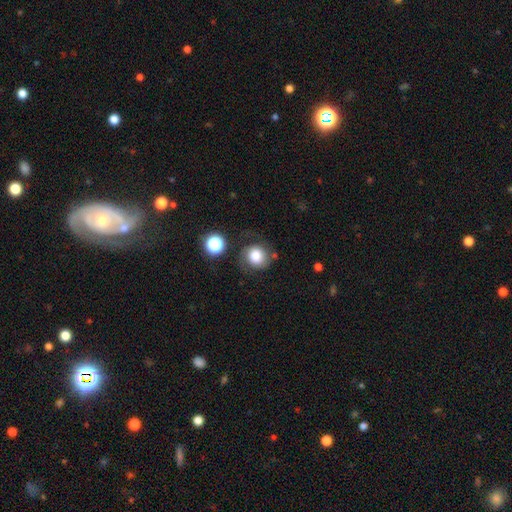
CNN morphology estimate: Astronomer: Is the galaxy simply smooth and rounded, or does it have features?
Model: smooth — 69%.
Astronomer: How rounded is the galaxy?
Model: round — 83%.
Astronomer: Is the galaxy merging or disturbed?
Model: none — 60%.